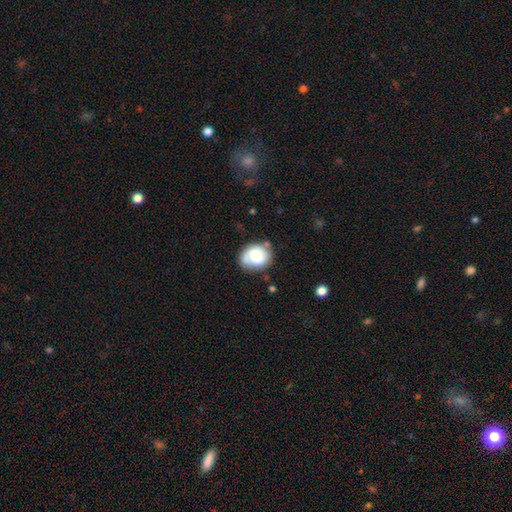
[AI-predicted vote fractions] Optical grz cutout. It shows a smooth galaxy with no disk features (58%) that is round (57%). Merging: none (61%).